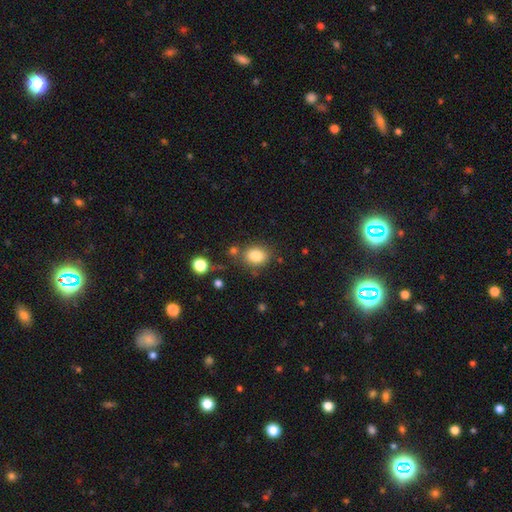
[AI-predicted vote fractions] Morphology: type=smooth (84%); roundness=in between (56%); merging=none (74%).